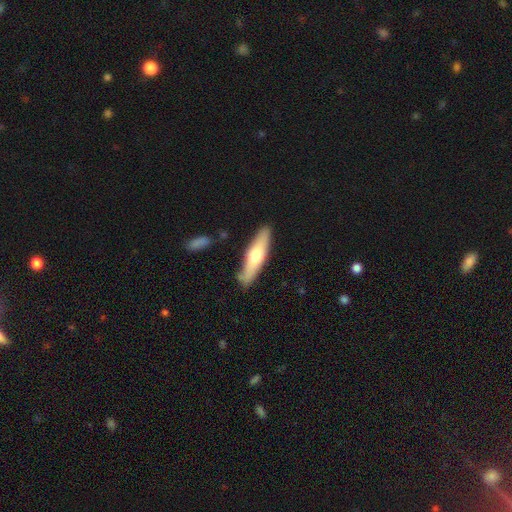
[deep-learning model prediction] The model was most divided on "smooth or featured": smooth: 56%, featured or disk: 39%, star or artifact: 5%. More confident: merging — none (82%); how rounded — cigar-shaped (74%).